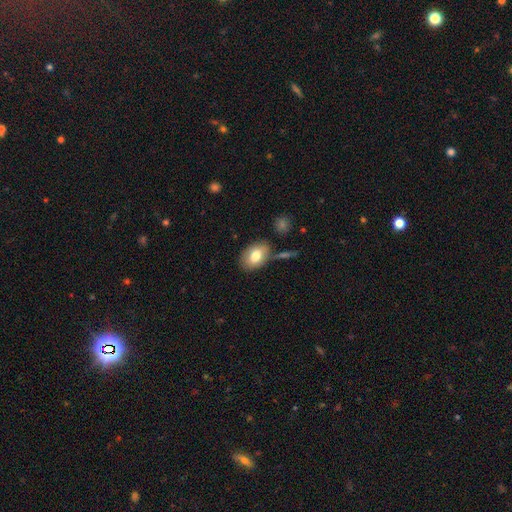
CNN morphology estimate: Smooth or featured?
  - smooth: 77% *
  - featured or disk: 16%
  - star or artifact: 7%
How rounded?
  - in between: 85% *
  - round: 13%
  - cigar-shaped: 1%
Merging?
  - none: 73% *
  - minor disturbance: 15%
  - merger: 8%
  - major disturbance: 4%